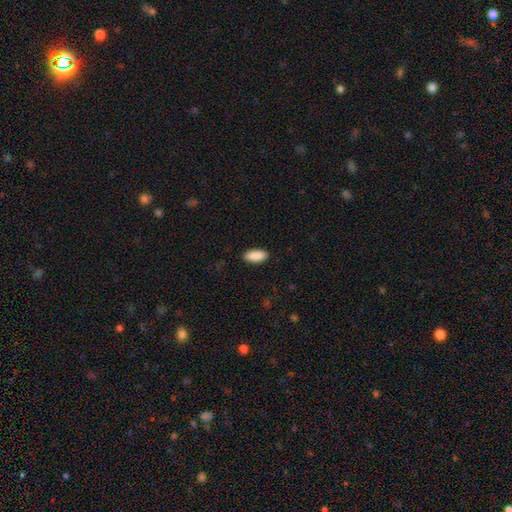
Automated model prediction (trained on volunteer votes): Morphology: type=smooth (91%); roundness=in between (88%); merging=none (90%).